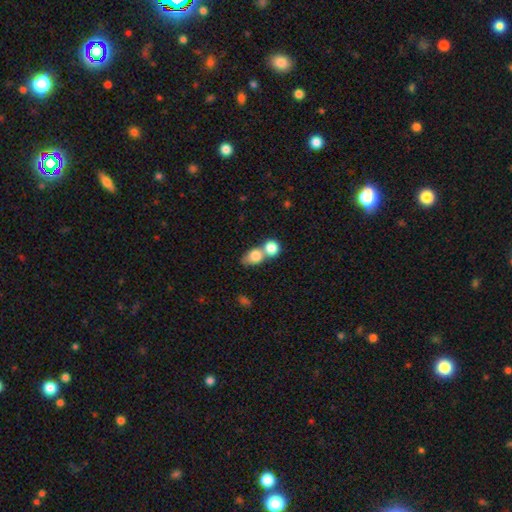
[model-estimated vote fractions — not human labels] This is likely a smooth galaxy (78%). How rounded: possibly in between (50%). Merging: likely merger (64%).